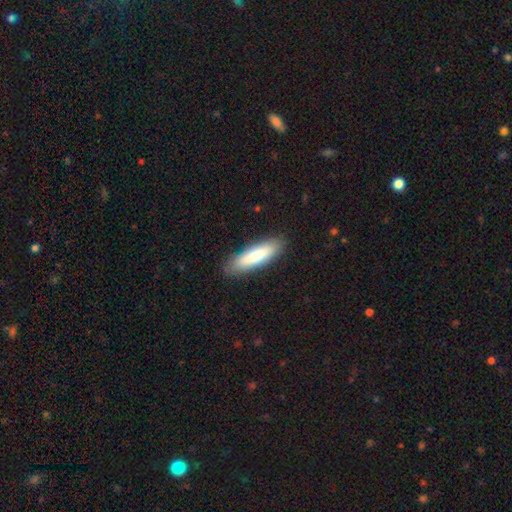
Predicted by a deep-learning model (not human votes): Overall: smooth (77%). How rounded: cigar-shaped (63%; in between 36%). Merging: none (88%).